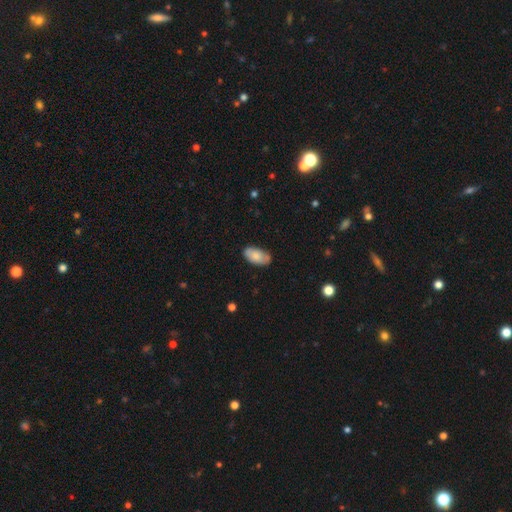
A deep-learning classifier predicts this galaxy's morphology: Smooth or featured?
  - smooth: 77% *
  - featured or disk: 17%
  - star or artifact: 6%
How rounded?
  - in between: 95% *
  - round: 3%
  - cigar-shaped: 2%
Merging?
  - none: 80% *
  - minor disturbance: 17%
  - major disturbance: 3%
  - merger: 1%